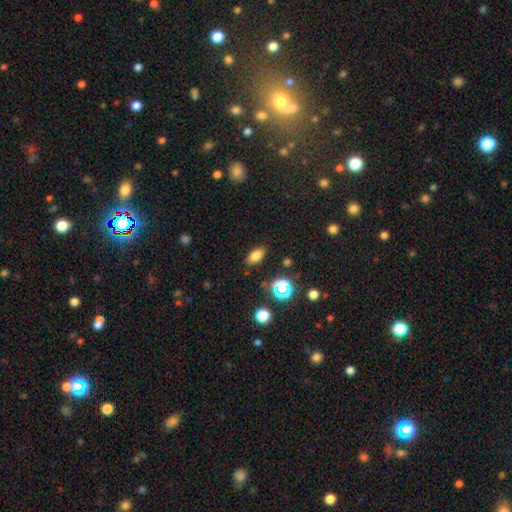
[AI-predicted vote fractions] Overall: smooth (77%). How rounded: in between (86%). Merging: none (86%).